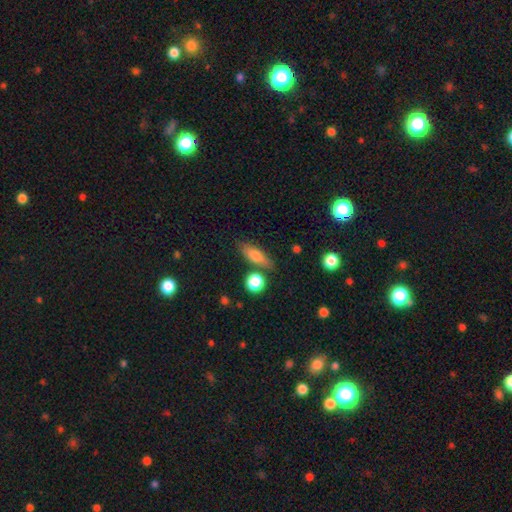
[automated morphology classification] Smooth or featured: smooth — 68% (featured or disk — 24%)
How rounded: in between — 55% (cigar-shaped — 38%)
Merging: none — 74% (minor disturbance — 14%)